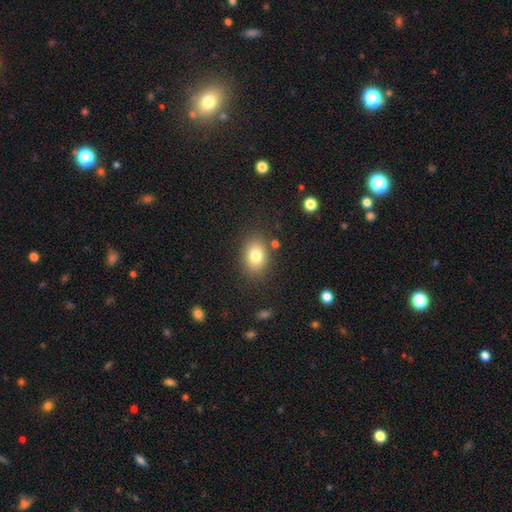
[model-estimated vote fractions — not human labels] Smooth or featured? Predicted: smooth (p=0.80). How rounded? Predicted: in between (p=0.73). Merging? Predicted: none (p=0.83).